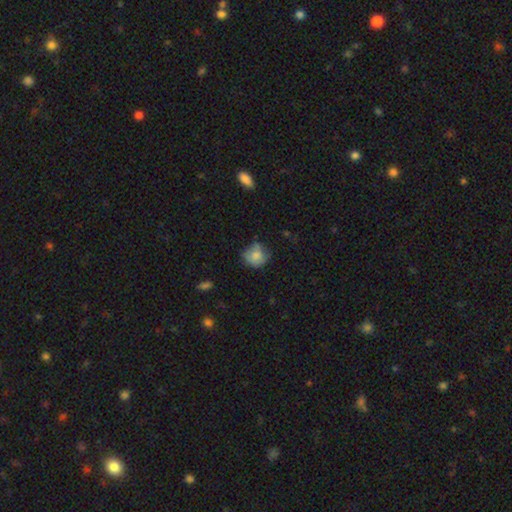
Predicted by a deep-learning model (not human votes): smooth_or_featured: smooth (p=0.75) [alt: featured or disk p=0.16]
how_rounded: round (p=0.81) [alt: in between p=0.18]
merging: none (p=0.58) [alt: minor disturbance p=0.30]